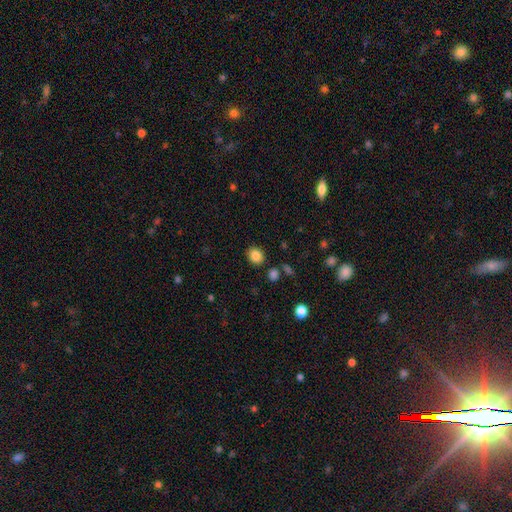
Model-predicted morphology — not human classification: smooth-or-featured: smooth: 85% | star or artifact: 10% | featured or disk: 5%
  how-rounded: round: 67% | in between: 32% | cigar-shaped: 1%
  merging: none: 87% | minor disturbance: 8% | merger: 3% | major disturbance: 2%